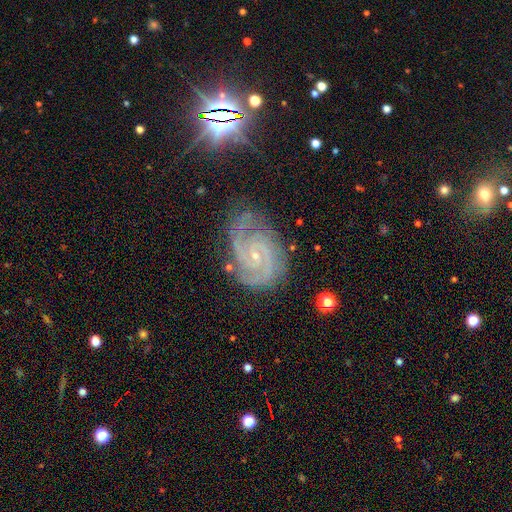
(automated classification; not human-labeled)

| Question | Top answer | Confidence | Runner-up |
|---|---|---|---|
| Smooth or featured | featured or disk | 90% | star or artifact (7%) |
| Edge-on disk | no | 98% | yes (2%) |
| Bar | no | 64% | weak (27%) |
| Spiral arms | yes | 99% | no (1%) |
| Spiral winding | tight | 62% | medium (34%) |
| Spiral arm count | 2 | 57% | 3 (23%) |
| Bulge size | small | 84% | moderate (12%) |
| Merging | none | 72% | minor disturbance (20%) |